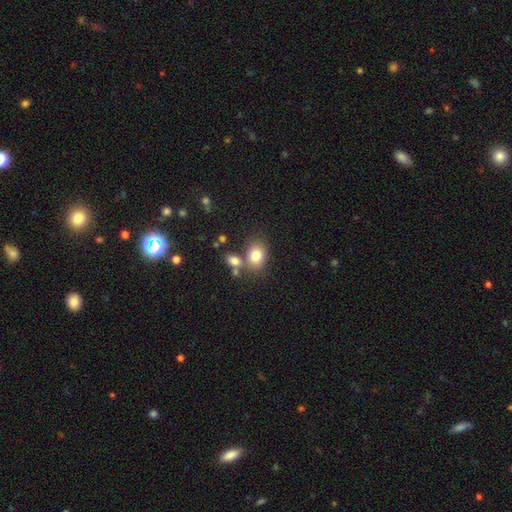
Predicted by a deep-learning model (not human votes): Smooth or featured: smooth — 81% (star or artifact — 10%)
How rounded: in between — 63% (round — 36%)
Merging: none — 61% (merger — 22%)